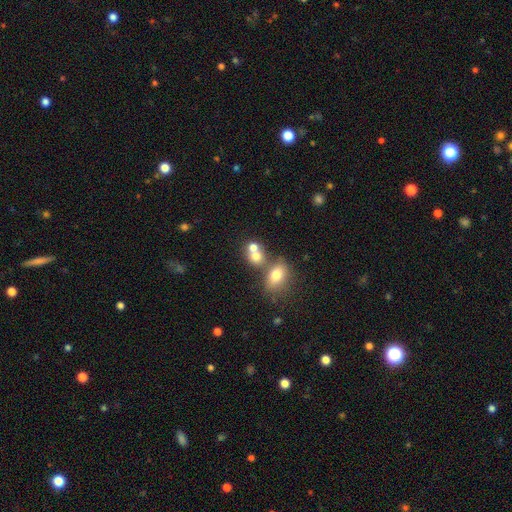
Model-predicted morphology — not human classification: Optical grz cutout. It shows a smooth galaxy with no disk features (71%) that is round (65%). Merging: merger (54%).